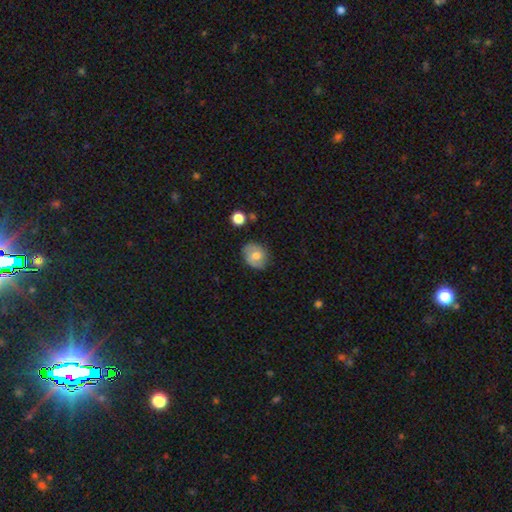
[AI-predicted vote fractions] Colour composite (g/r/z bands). It shows a smooth galaxy with no disk features (61%) that is round (61%). Merging: none (78%).